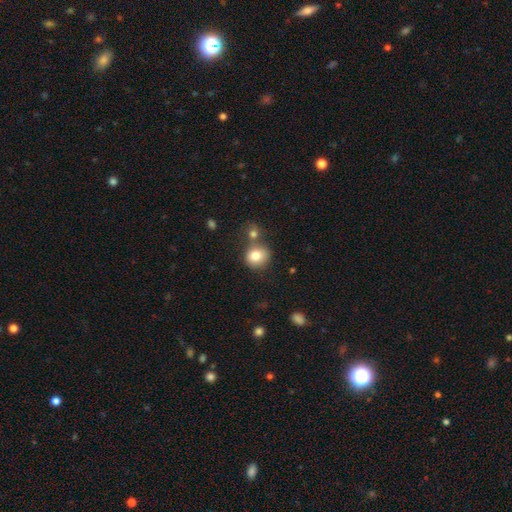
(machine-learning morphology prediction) smooth-or-featured: smooth: 81% | featured or disk: 9% | star or artifact: 9%
  how-rounded: round: 79% | in between: 20% | cigar-shaped: 1%
  merging: none: 55% | merger: 28% | minor disturbance: 13% | major disturbance: 4%